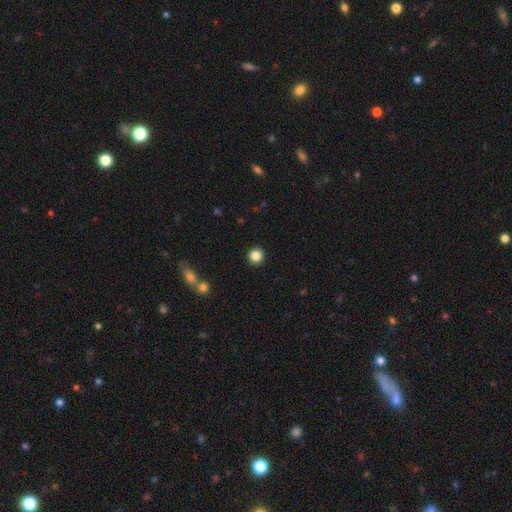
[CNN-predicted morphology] Overall: smooth (85%). How rounded: round (95%). Merging: none (92%).